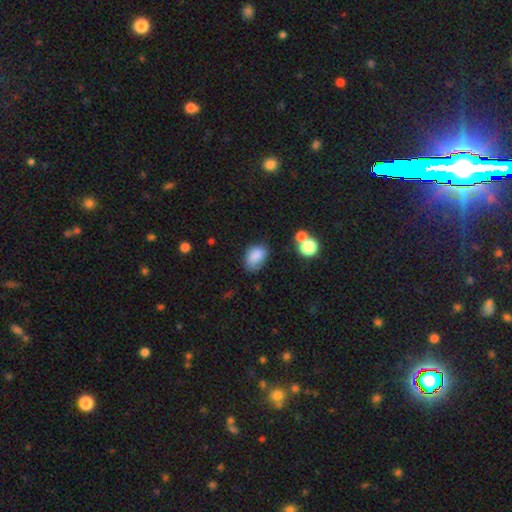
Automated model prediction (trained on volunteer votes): Smooth or featured? Predicted: smooth (p=0.84). How rounded? Predicted: in between (p=0.82). Merging? Predicted: none (p=0.61).